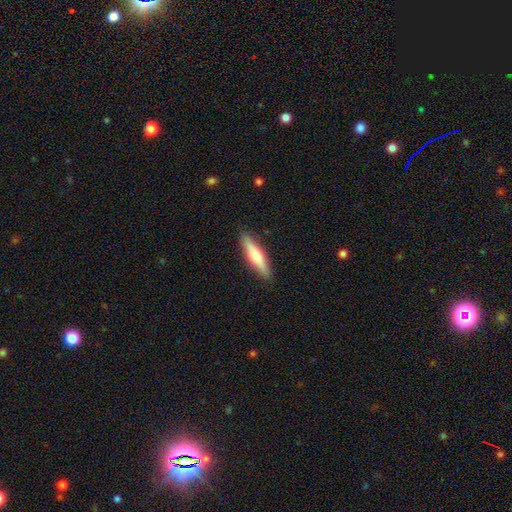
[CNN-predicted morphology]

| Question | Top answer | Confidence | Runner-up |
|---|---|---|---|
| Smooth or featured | smooth | 59% | featured or disk (36%) |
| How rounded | cigar-shaped | 76% | in between (22%) |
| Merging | none | 89% | minor disturbance (8%) |